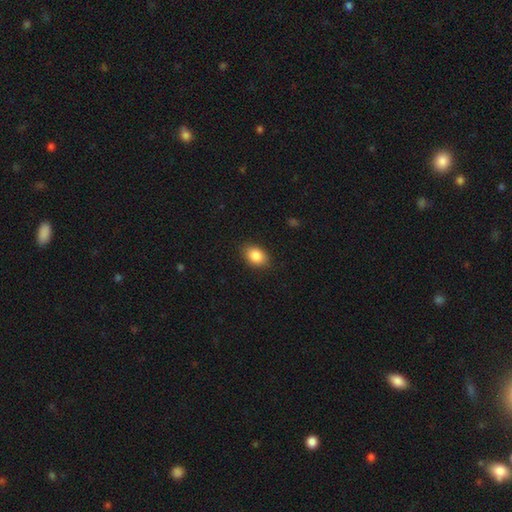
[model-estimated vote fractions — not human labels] The model was most divided on "how rounded": in between: 80%, round: 19%, cigar-shaped: 1%. More confident: smooth or featured — smooth (86%); merging — none (86%).